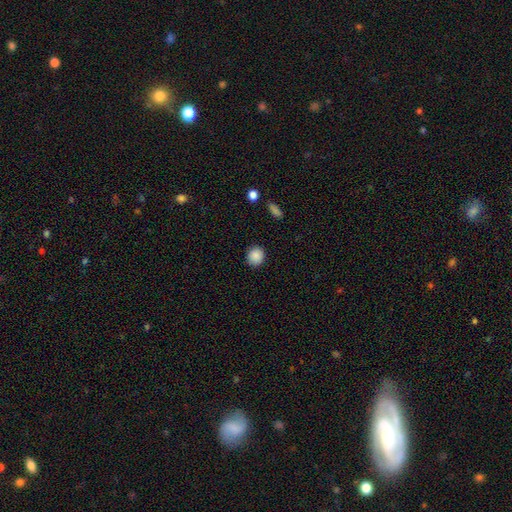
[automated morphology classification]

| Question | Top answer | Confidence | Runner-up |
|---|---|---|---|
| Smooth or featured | smooth | 88% | star or artifact (9%) |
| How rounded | round | 86% | in between (13%) |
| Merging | none | 90% | minor disturbance (7%) |